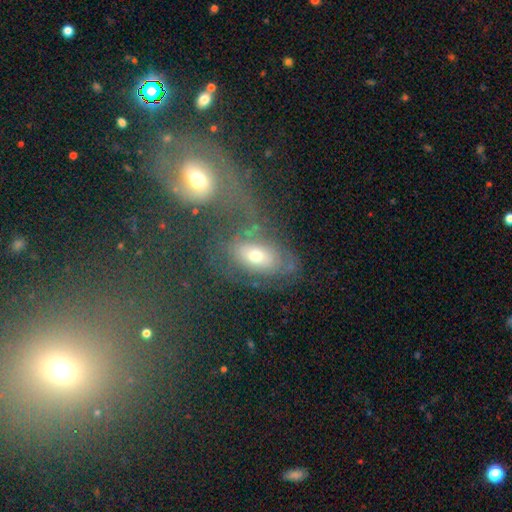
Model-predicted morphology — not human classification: Q: Smooth or featured?
A: featured or disk (46%); runner-up: smooth (42%)
Q: Merging?
A: merger (39%); runner-up: none (31%)